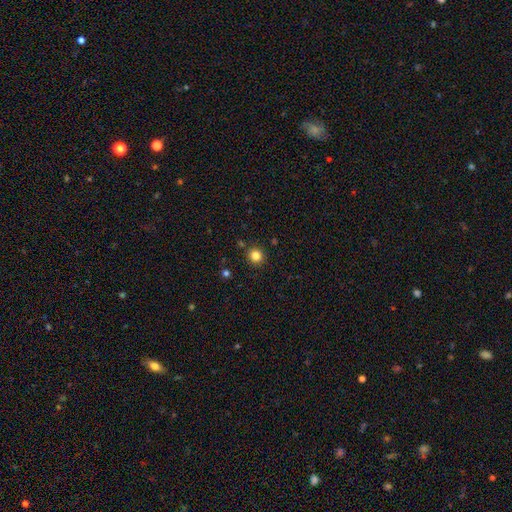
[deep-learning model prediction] The model was most divided on "smooth or featured": smooth: 83%, star or artifact: 12%, featured or disk: 5%. More confident: how rounded — round (92%); merging — none (90%).